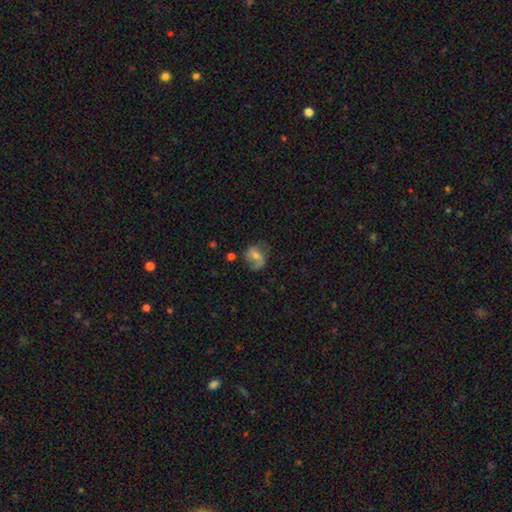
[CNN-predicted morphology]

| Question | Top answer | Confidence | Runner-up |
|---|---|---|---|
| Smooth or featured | featured or disk | 46% | smooth (43%) |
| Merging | none | 57% | minor disturbance (25%) |